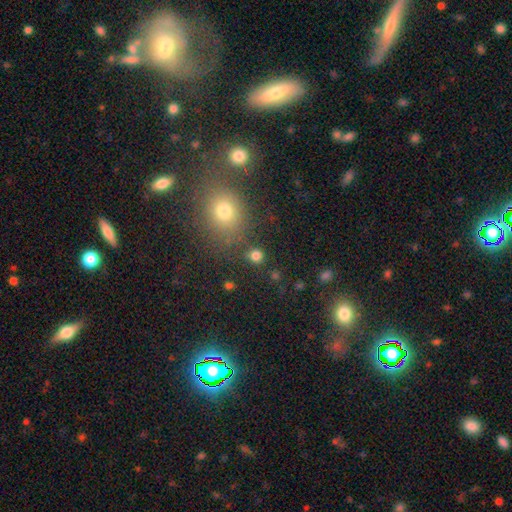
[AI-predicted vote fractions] smooth_or_featured: smooth (p=0.80) [alt: star or artifact p=0.16]
how_rounded: round (p=0.87) [alt: in between p=0.12]
merging: none (p=0.83) [alt: minor disturbance p=0.08]